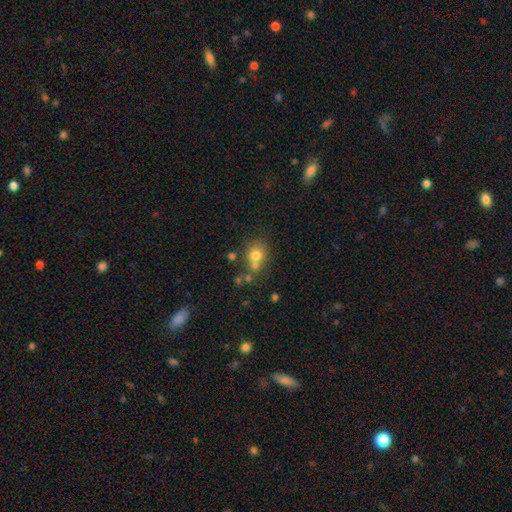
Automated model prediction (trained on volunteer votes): Smooth or featured: smooth — 73% (star or artifact — 14%)
How rounded: round — 78% (in between — 21%)
Merging: none — 55% (merger — 28%)